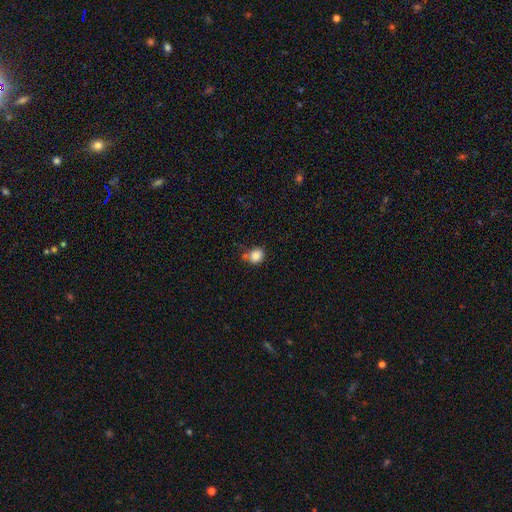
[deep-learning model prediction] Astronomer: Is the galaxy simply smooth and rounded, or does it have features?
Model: smooth — 86%.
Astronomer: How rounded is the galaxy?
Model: round — 61% (runner-up: in between, 38%).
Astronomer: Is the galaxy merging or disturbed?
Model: none — 63%.